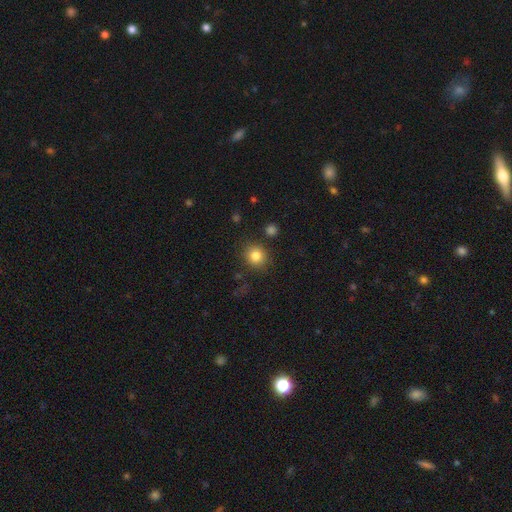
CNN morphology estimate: A smooth galaxy with no disk features (82%) that is round (84%). Merging: none (85%).